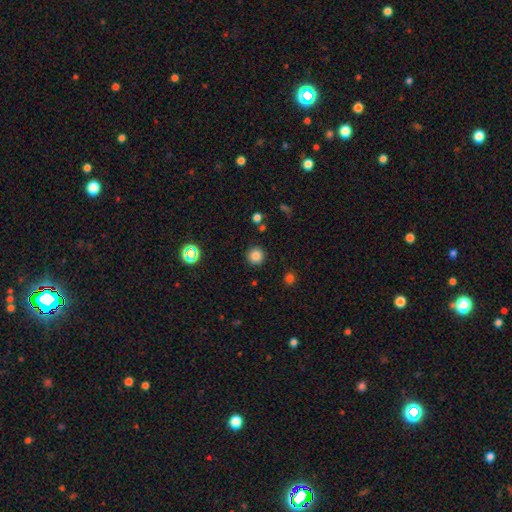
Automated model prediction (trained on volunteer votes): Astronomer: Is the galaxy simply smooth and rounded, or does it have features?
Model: smooth — 82%.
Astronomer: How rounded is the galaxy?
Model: round — 95%.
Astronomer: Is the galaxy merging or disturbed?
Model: none — 90%.